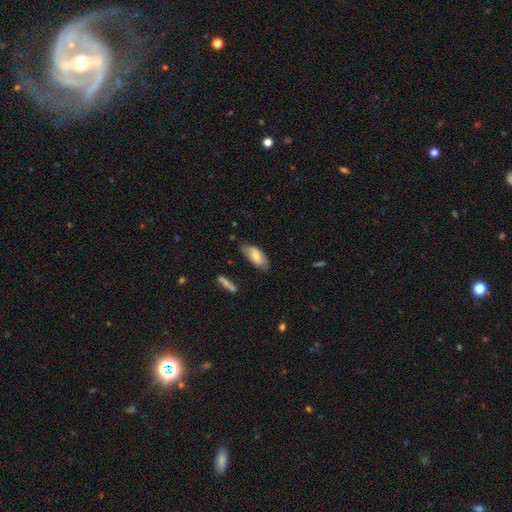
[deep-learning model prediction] Smooth or featured? smooth (63%)
How rounded? in between (88%)
Merging? none (61%)